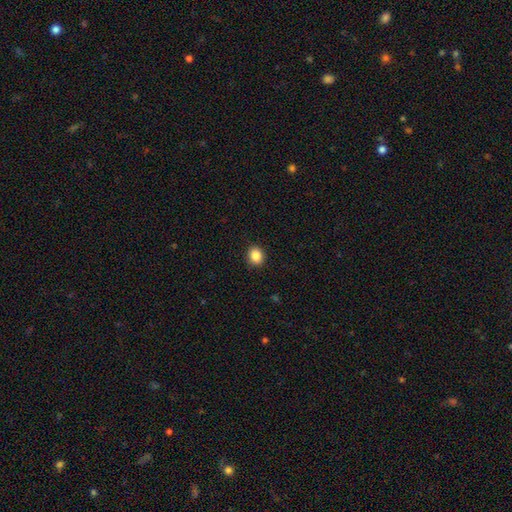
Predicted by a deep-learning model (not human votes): smooth 86%, star or artifact 10%, featured or disk 4%. Down the decision tree: how rounded — round (74%); merging — none (91%).